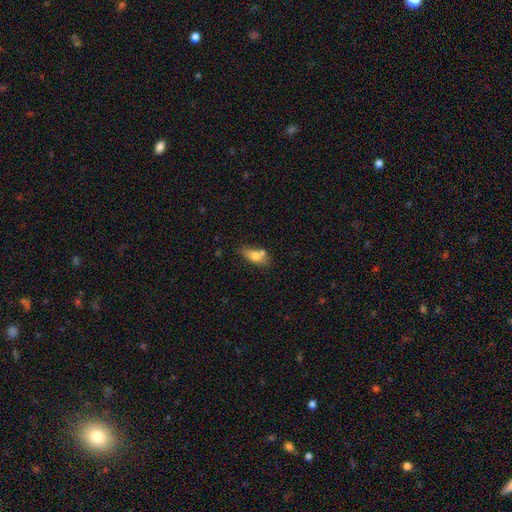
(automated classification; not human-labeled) Overall: smooth (69%). How rounded: in between (76%). Merging: none (45%; merger 28%).